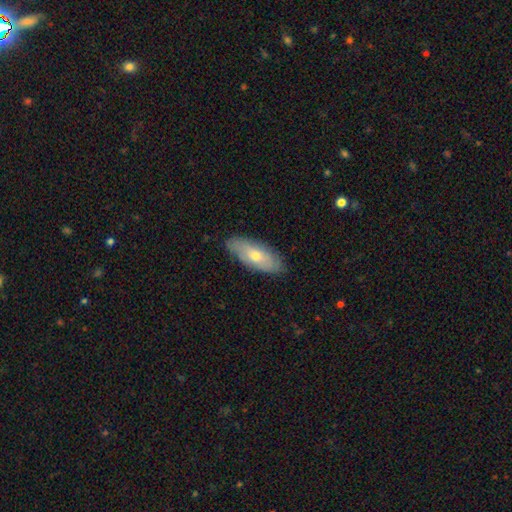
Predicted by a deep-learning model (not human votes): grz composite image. It shows a smooth galaxy with no disk features (59%) that is in between round and cigar-shaped (76%). Merging: none (83%).